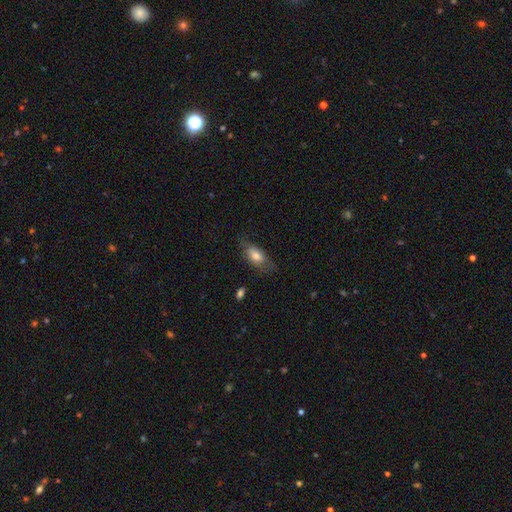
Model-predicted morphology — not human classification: Smooth or featured: smooth — 74% (featured or disk — 19%)
How rounded: in between — 84% (cigar-shaped — 11%)
Merging: none — 63% (minor disturbance — 26%)